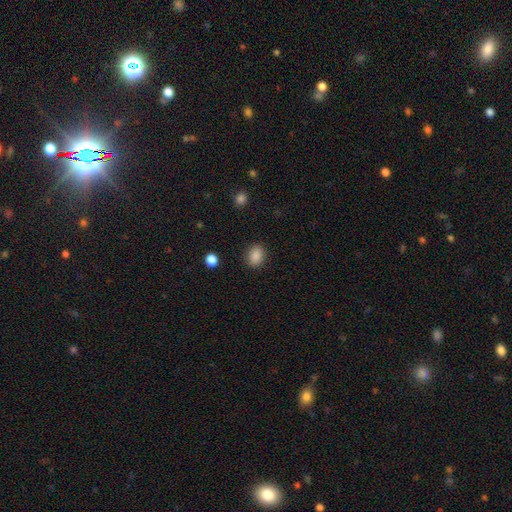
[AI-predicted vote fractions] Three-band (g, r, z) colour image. It shows a smooth galaxy with no disk features (88%) that is in between round and cigar-shaped (62%). Merging: none (88%).